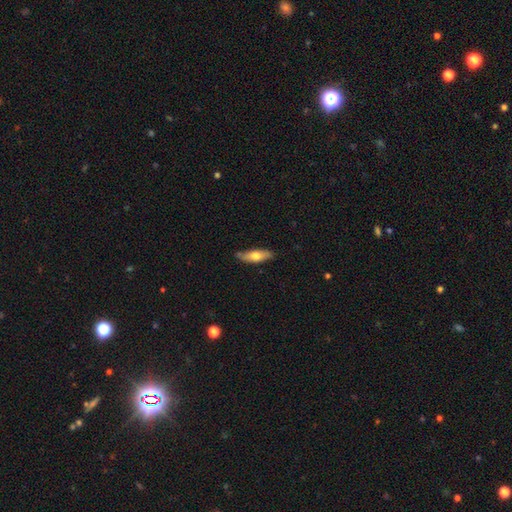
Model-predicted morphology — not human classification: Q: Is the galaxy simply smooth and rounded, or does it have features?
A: smooth — 63%.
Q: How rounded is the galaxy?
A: in between — 54%.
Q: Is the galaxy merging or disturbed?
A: none — 79%.